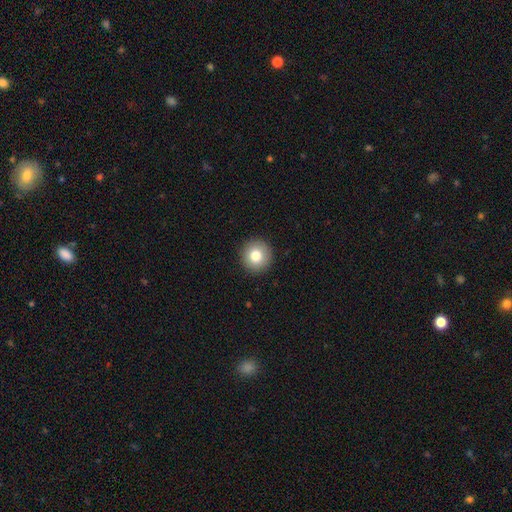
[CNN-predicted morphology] smooth_or_featured: smooth (p=0.80) [alt: featured or disk p=0.11]
how_rounded: round (p=0.95) [alt: in between p=0.04]
merging: none (p=0.92) [alt: minor disturbance p=0.05]